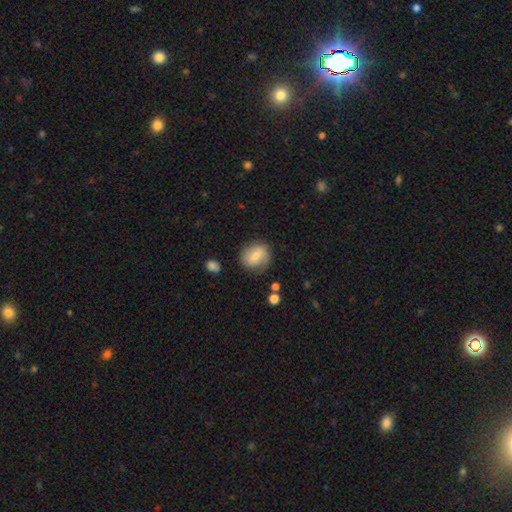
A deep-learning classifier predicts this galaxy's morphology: Smooth or featured? Predicted: smooth (p=0.73). How rounded? Predicted: round (p=0.61). Merging? Predicted: none (p=0.79).